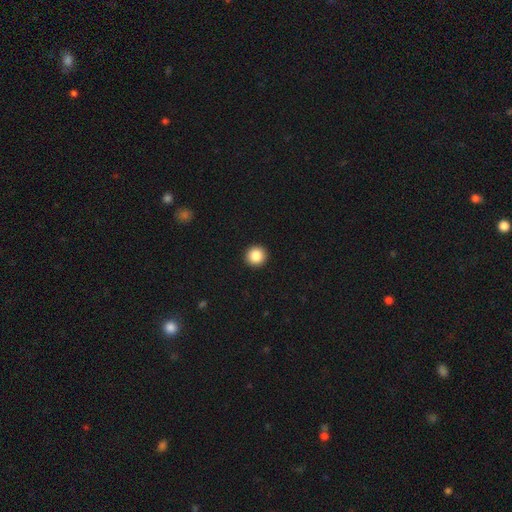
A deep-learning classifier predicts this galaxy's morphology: smooth 86%, star or artifact 9%, featured or disk 5%. Down the decision tree: how rounded — round (95%); merging — none (94%).